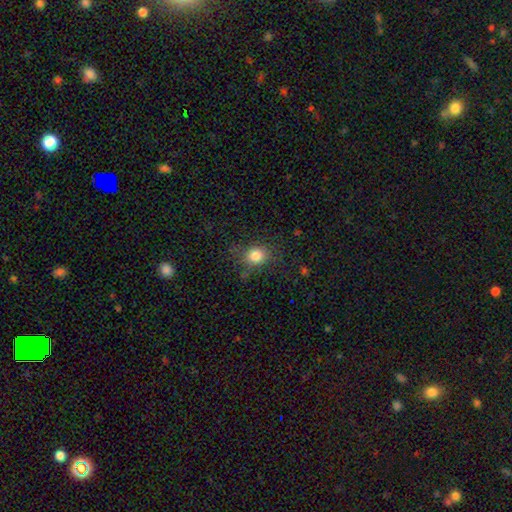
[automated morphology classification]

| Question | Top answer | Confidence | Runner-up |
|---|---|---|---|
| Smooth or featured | smooth | 82% | star or artifact (12%) |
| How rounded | round | 69% | in between (30%) |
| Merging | none | 74% | minor disturbance (17%) |